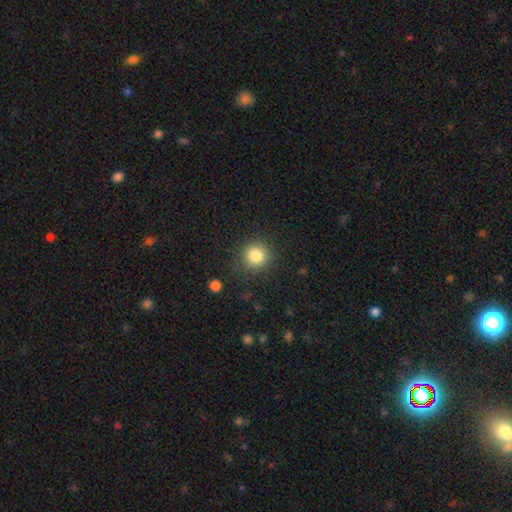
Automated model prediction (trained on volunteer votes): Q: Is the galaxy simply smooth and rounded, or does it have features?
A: smooth — 84%.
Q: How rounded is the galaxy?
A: round — 91%.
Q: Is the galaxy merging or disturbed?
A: none — 86%.